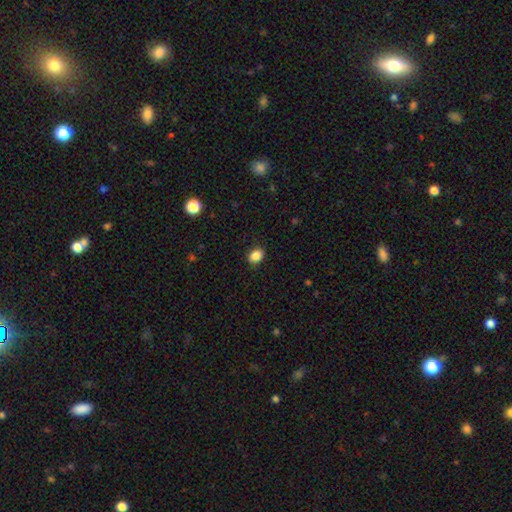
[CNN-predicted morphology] A smooth galaxy with no disk features (87%) that is in between round and cigar-shaped (50%).

Vote fractions:
- Smooth or featured? smooth: 87% / star or artifact: 9% / featured or disk: 3%
- How rounded? in between: 50% / round: 49% / cigar-shaped: 1%
- Merging? none: 88% / minor disturbance: 8% / major disturbance: 2% / merger: 1%